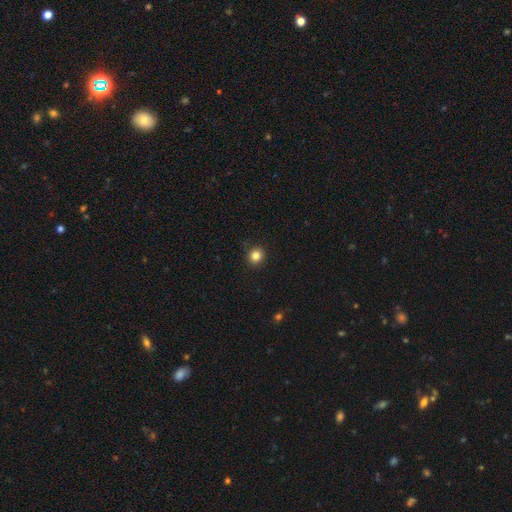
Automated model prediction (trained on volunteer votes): smooth-or-featured: smooth: 84% | star or artifact: 12% | featured or disk: 5%
  how-rounded: round: 90% | in between: 9% | cigar-shaped: 1%
  merging: none: 90% | minor disturbance: 7% | major disturbance: 2% | merger: 1%